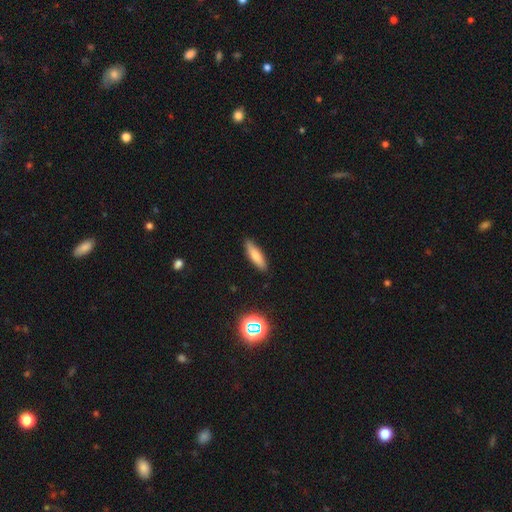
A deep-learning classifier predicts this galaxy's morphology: Smooth or featured? Predicted: smooth (p=0.77). How rounded? Predicted: cigar-shaped (p=0.62). Merging? Predicted: none (p=0.87).